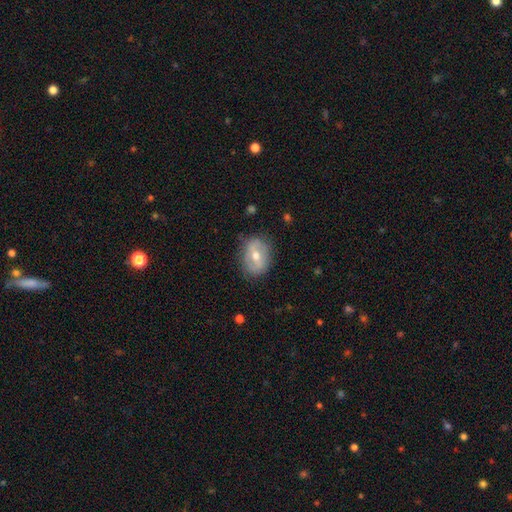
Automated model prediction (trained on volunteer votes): A featured or disk galaxy (54%). Merging: none (79%).